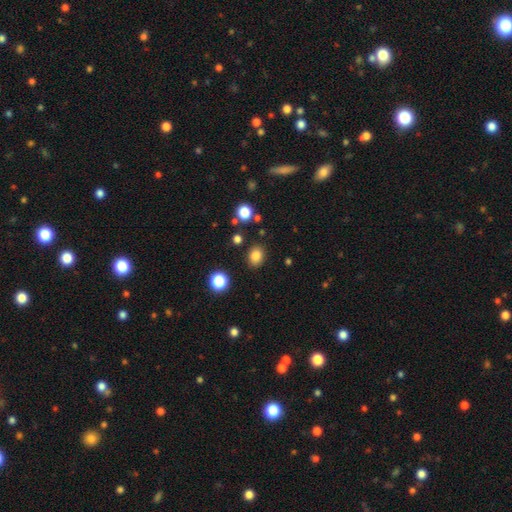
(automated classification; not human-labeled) A smooth galaxy with no disk features (83%) that is in between round and cigar-shaped (55%).

Vote fractions:
- Smooth or featured? smooth: 83% / star or artifact: 12% / featured or disk: 5%
- How rounded? in between: 55% / round: 44% / cigar-shaped: 1%
- Merging? none: 85% / minor disturbance: 9% / major disturbance: 3% / merger: 3%